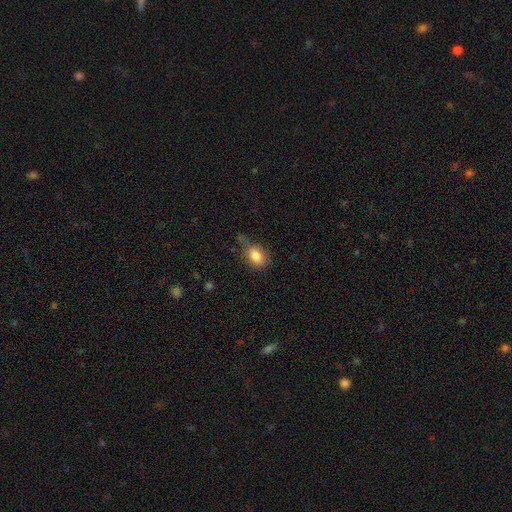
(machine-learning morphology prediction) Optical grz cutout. It shows a smooth galaxy with no disk features (83%) that is in between round and cigar-shaped (61%). Merging: none (49%).